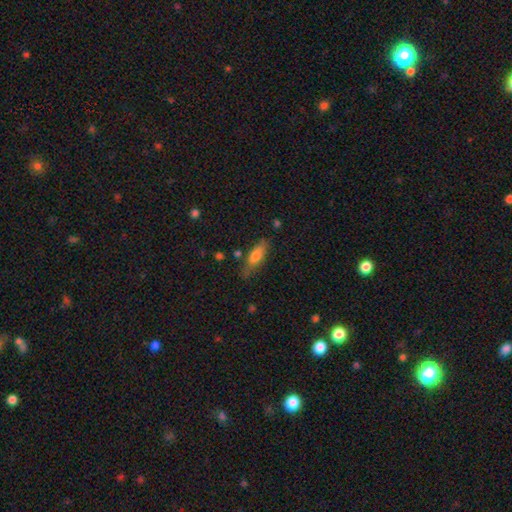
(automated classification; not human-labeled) Smooth or featured? smooth (75%)
How rounded? in between (56%)
Merging? none (70%)